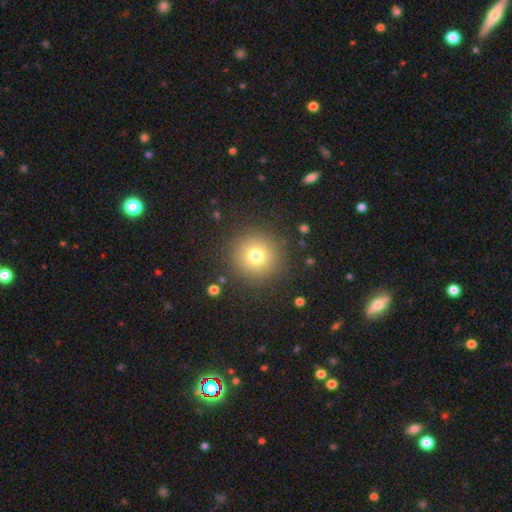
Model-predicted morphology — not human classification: A smooth galaxy with no disk features (73%) that is round (96%). Merging: none (88%).